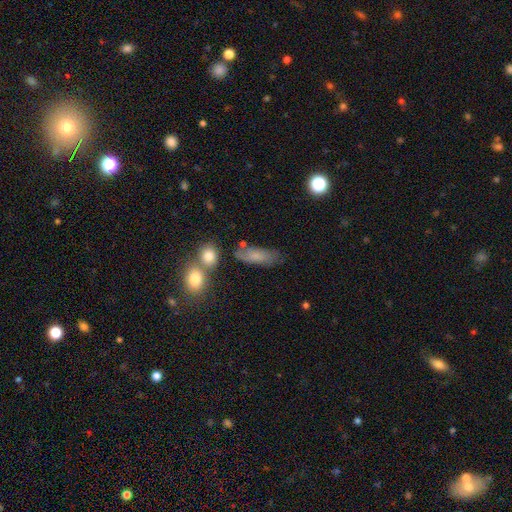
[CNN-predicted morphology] smooth-or-featured: smooth: 72% | featured or disk: 18% | star or artifact: 10%
  how-rounded: in between: 66% | cigar-shaped: 28% | round: 6%
  merging: none: 55% | minor disturbance: 23% | merger: 13% | major disturbance: 9%